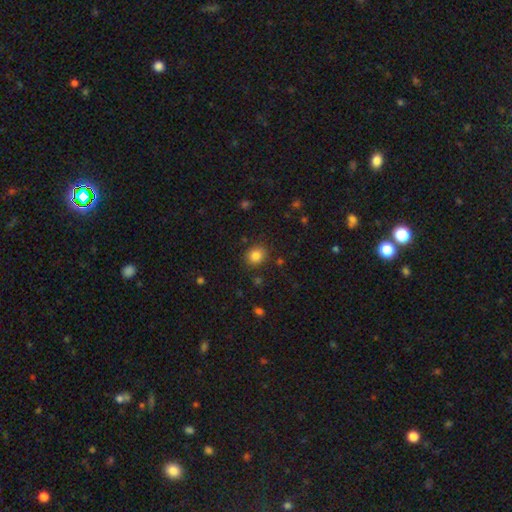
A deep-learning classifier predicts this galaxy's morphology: A smooth galaxy with no disk features (84%) that is round (72%). Merging: none (86%).